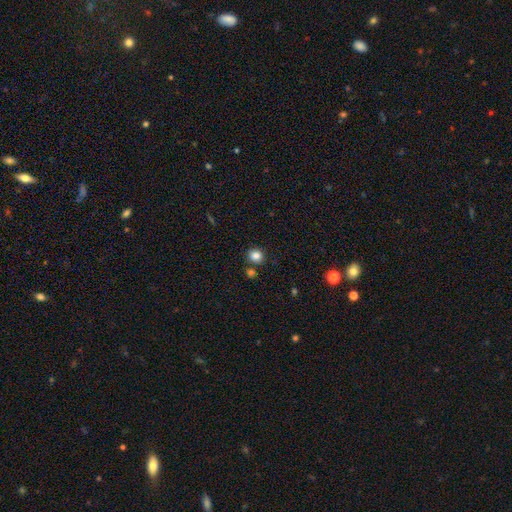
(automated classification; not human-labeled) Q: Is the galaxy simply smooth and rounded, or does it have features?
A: smooth — 84%.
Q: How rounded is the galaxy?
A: round — 82%.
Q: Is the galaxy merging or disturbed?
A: none — 79%.